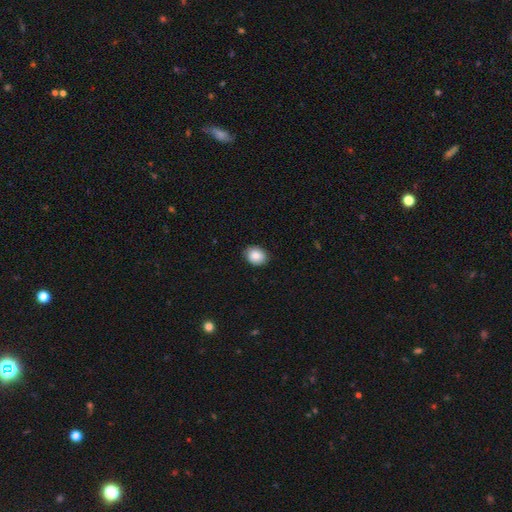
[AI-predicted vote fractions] Q: Smooth or featured?
A: smooth (86%); runner-up: star or artifact (8%)
Q: How rounded?
A: in between (54%); runner-up: round (45%)
Q: Merging?
A: none (86%); runner-up: minor disturbance (11%)